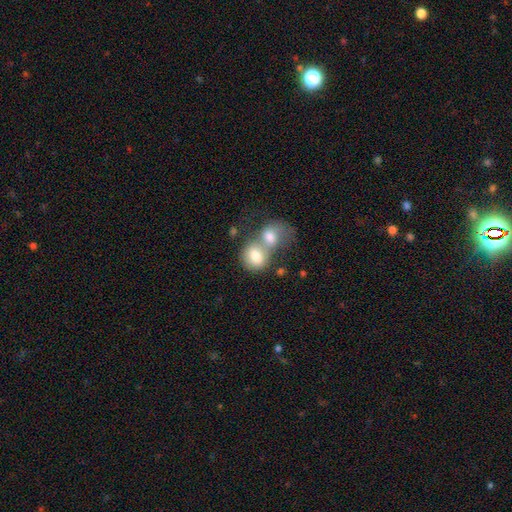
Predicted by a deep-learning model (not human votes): Smooth or featured? smooth (76%)
How rounded? round (56%)
Merging? merger (72%)